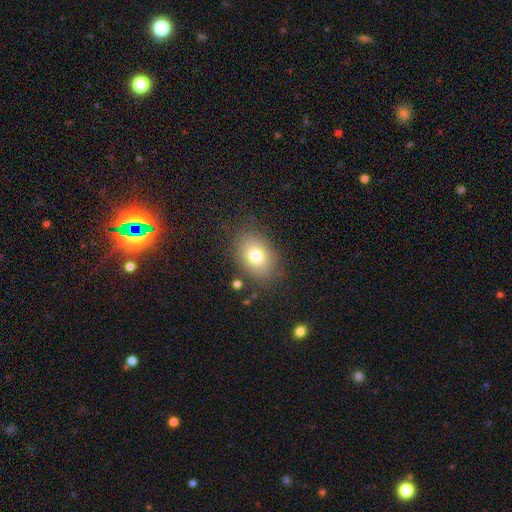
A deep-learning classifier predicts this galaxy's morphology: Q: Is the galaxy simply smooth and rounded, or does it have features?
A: smooth — 77%.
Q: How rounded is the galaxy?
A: in between — 71%.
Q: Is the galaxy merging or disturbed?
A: none — 79%.